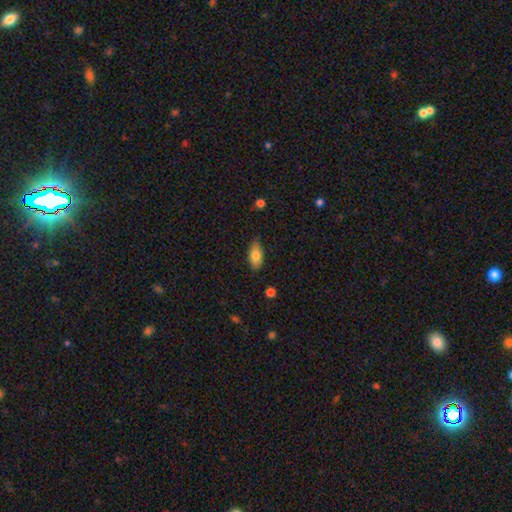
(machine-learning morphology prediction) smooth-or-featured: smooth: 78% | featured or disk: 15% | star or artifact: 7%
  how-rounded: in between: 88% | cigar-shaped: 8% | round: 4%
  merging: none: 78% | minor disturbance: 18% | major disturbance: 3% | merger: 1%